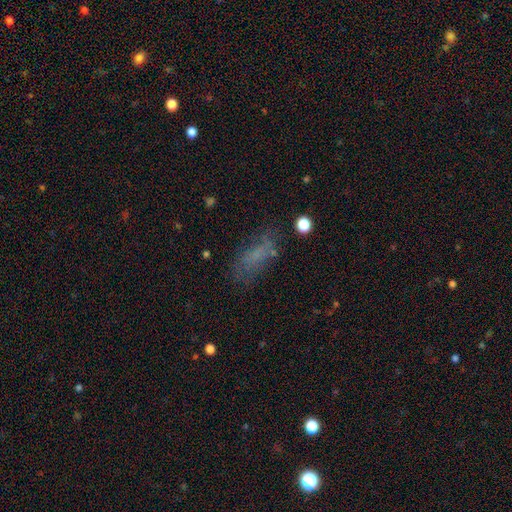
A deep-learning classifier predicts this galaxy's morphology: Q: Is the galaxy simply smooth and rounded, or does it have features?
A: smooth — 59%.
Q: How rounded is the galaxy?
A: in between — 77%.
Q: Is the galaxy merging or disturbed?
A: none — 53%.